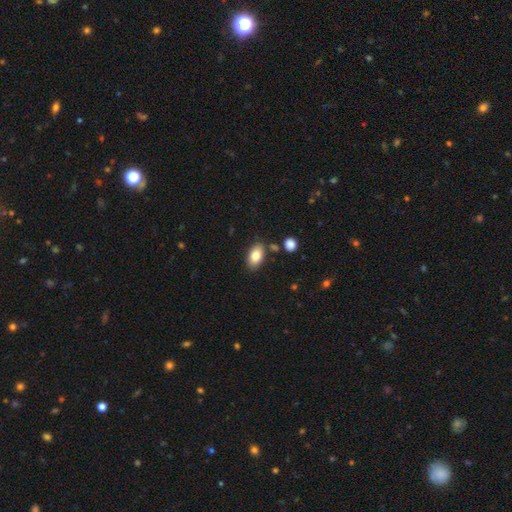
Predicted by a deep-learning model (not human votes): The model was most divided on "smooth or featured": smooth: 81%, featured or disk: 11%, star or artifact: 7%. More confident: how rounded — in between (91%); merging — none (82%).